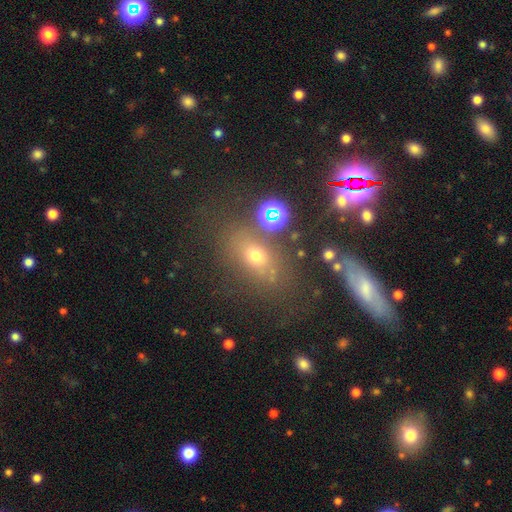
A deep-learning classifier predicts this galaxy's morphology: Smooth or featured: smooth — 60% (star or artifact — 23%)
How rounded: in between — 67% (round — 28%)
Merging: none — 65% (minor disturbance — 16%)